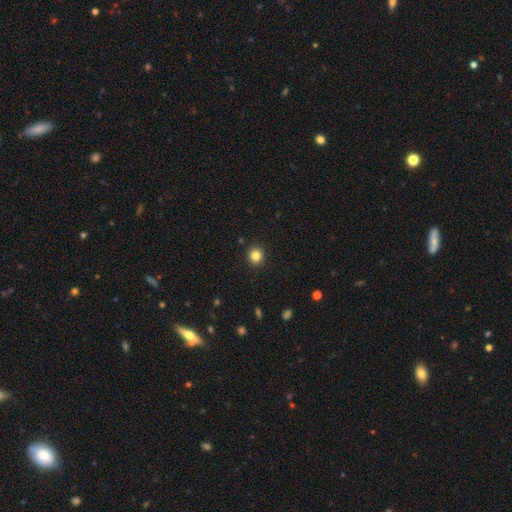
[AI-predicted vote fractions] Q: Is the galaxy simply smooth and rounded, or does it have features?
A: smooth — 83%.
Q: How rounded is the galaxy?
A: round — 88%.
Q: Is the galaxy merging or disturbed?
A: none — 92%.